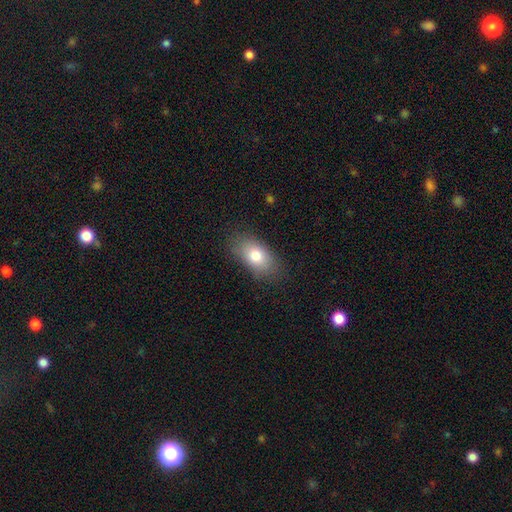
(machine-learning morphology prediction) Overall: smooth (77%). How rounded: in between (88%). Merging: none (80%).